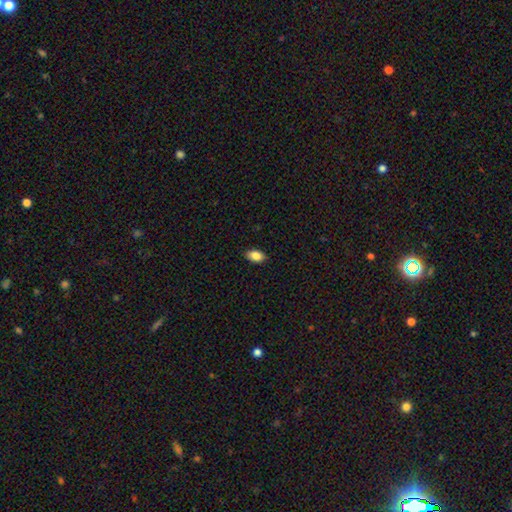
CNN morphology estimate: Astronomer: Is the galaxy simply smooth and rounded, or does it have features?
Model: smooth — 87%.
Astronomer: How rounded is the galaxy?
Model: in between — 90%.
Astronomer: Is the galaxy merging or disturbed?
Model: none — 89%.